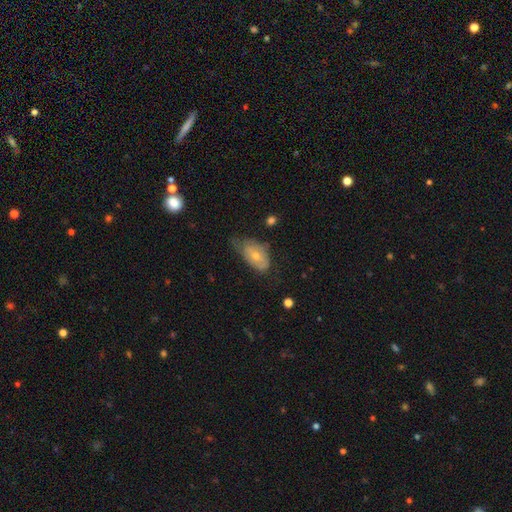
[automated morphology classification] Smooth or featured: smooth — 53% (featured or disk — 38%)
How rounded: in between — 88% (round — 9%)
Merging: minor disturbance — 41% (none — 39%)